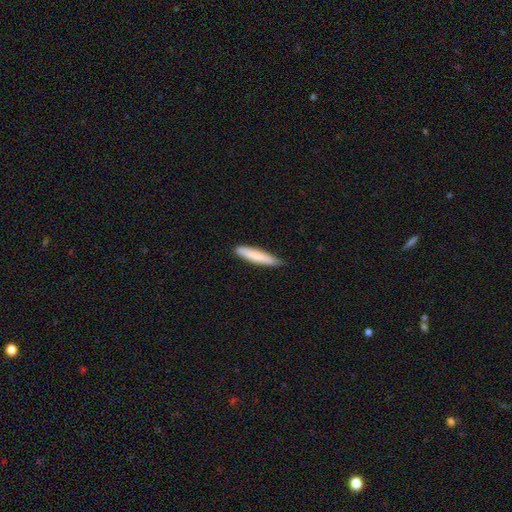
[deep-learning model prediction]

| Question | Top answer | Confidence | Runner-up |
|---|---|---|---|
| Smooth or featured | smooth | 80% | featured or disk (15%) |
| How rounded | cigar-shaped | 91% | in between (8%) |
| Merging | none | 82% | minor disturbance (15%) |